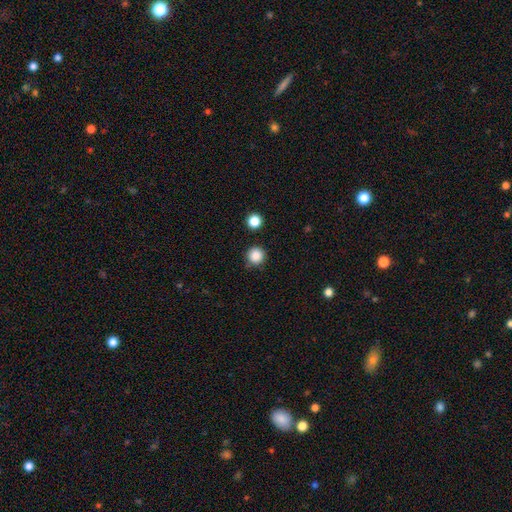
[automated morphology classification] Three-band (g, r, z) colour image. It shows a smooth galaxy with no disk features (86%) that is round (95%). Merging: none (86%).